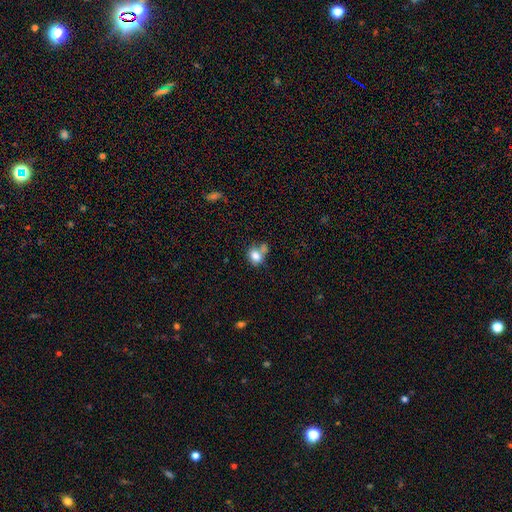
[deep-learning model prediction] Smooth or featured? Predicted: smooth (p=0.80). How rounded? Predicted: in between (p=0.57). Merging? Predicted: none (p=0.38, tied with merger).